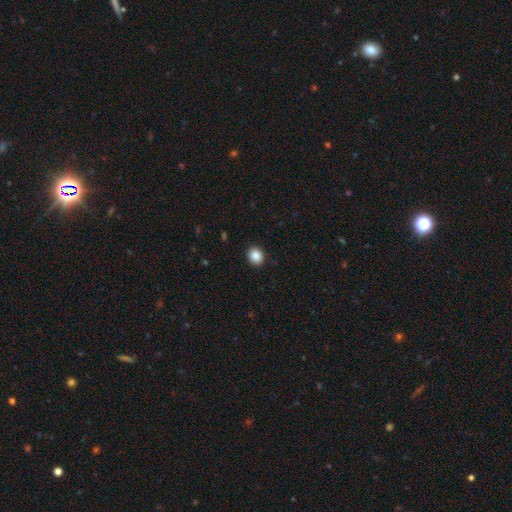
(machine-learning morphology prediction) Smooth or featured: smooth — 87% (star or artifact — 9%)
How rounded: round — 71% (in between — 28%)
Merging: none — 92% (minor disturbance — 6%)